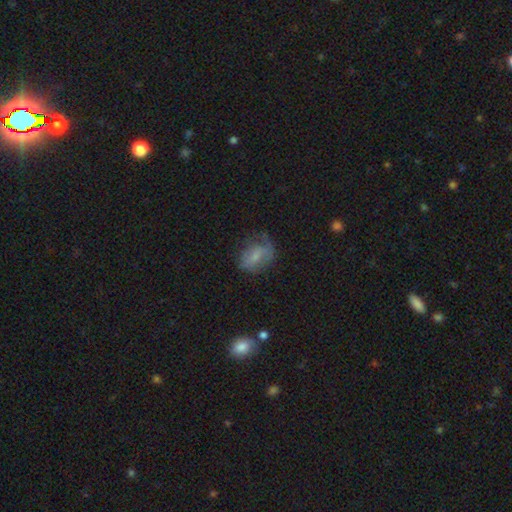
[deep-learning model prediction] Morphology: type=smooth (57%); roundness=in between (72%); merging=none (44%).